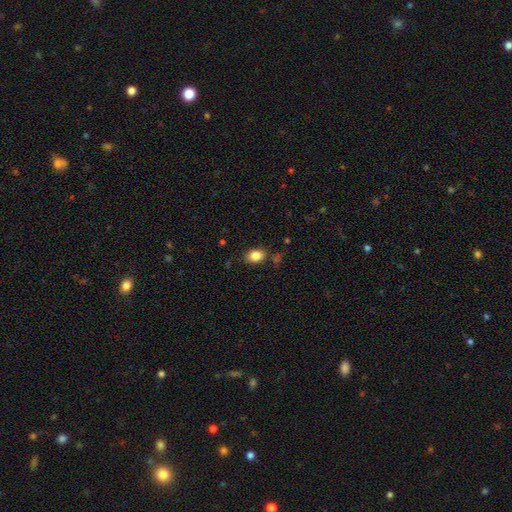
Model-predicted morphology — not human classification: This appears to be a smooth galaxy with no disk features (85%) that is in between round and cigar-shaped (69%). Merging: none (79%).